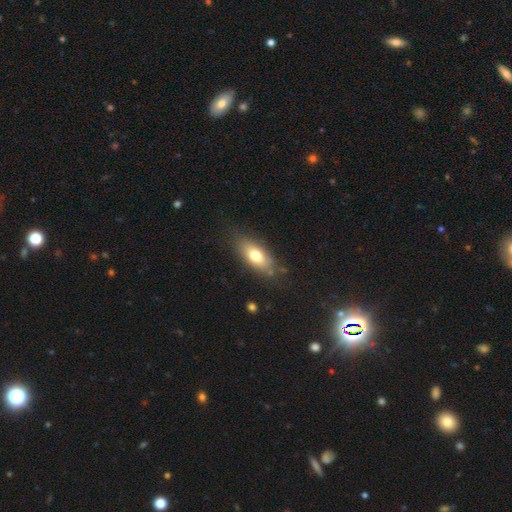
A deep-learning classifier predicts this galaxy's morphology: This is likely a smooth galaxy (70%). How rounded: clearly in between (82%). Merging: likely none (77%).